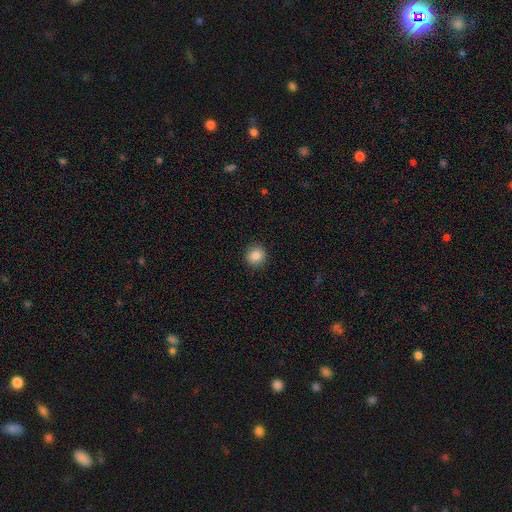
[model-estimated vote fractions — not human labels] Smooth or featured? smooth (86%)
How rounded? round (89%)
Merging? none (91%)